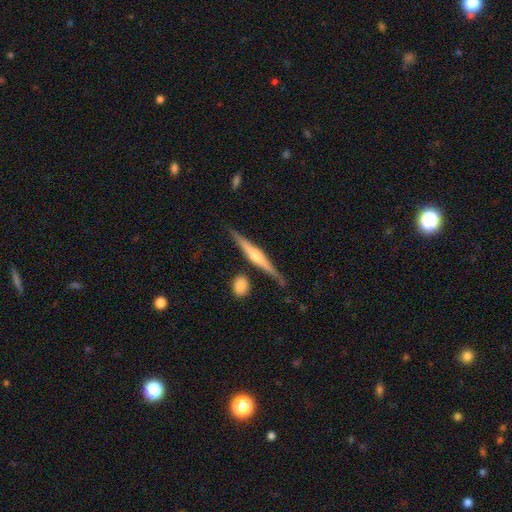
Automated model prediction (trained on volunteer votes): Smooth or featured? featured or disk (76%)
Edge-on disk? yes (98%)
Edge-on bulge? rounded (79%)
Merging? none (84%)